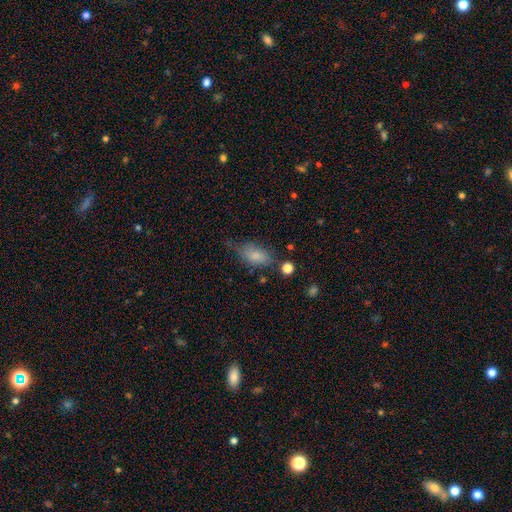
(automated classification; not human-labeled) Morphology: type=smooth (78%); roundness=in between (87%); merging=none (51%).